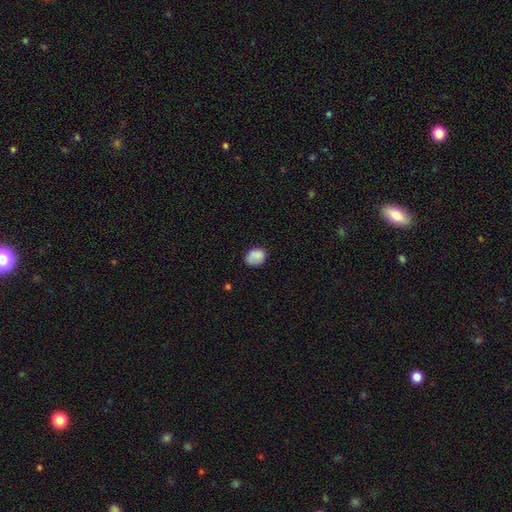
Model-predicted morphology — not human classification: Smooth or featured? smooth (86%)
How rounded? in between (55%)
Merging? none (71%)